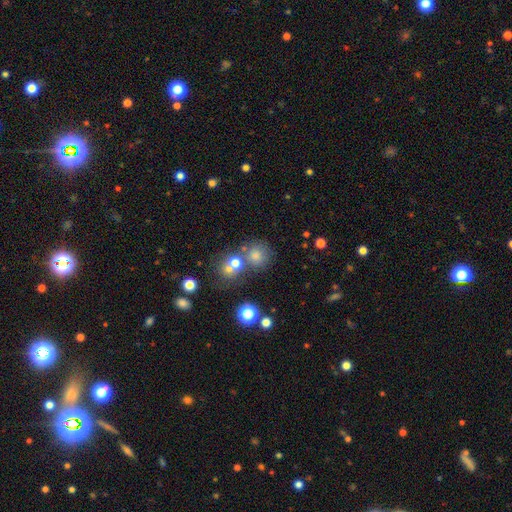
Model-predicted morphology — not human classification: Overall: smooth (72%). How rounded: round (88%). Merging: none (60%; merger 26%).